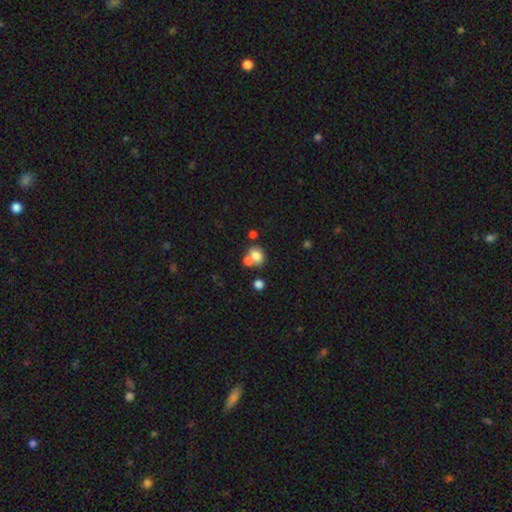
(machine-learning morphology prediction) This is likely a smooth galaxy (76%). How rounded: possibly in between (52%). Merging: possibly merger (46%).